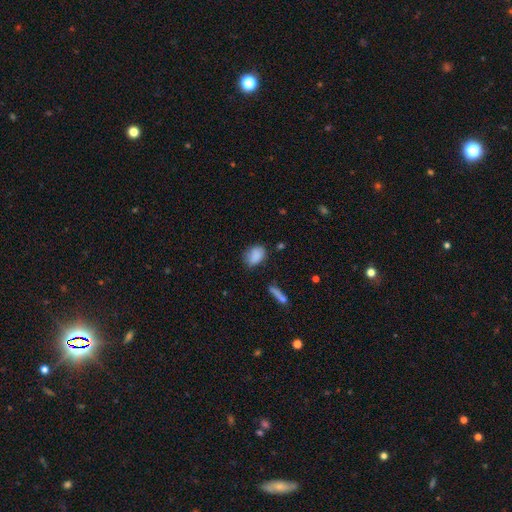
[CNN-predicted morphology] Smooth or featured: smooth — 85% (star or artifact — 8%)
How rounded: in between — 78% (round — 20%)
Merging: none — 69% (minor disturbance — 22%)